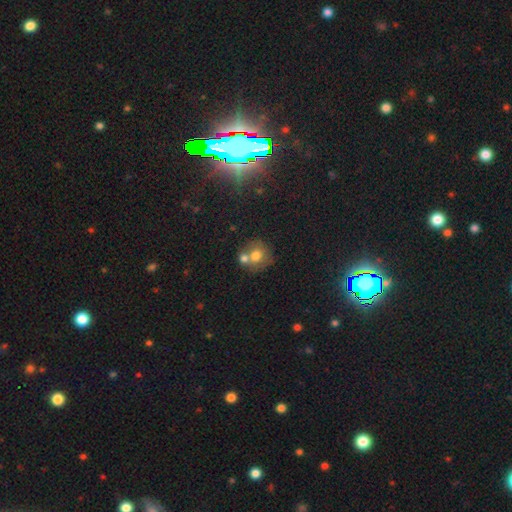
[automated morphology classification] Overall: smooth (69%). How rounded: round (78%). Merging: merger (45%; none 40%).